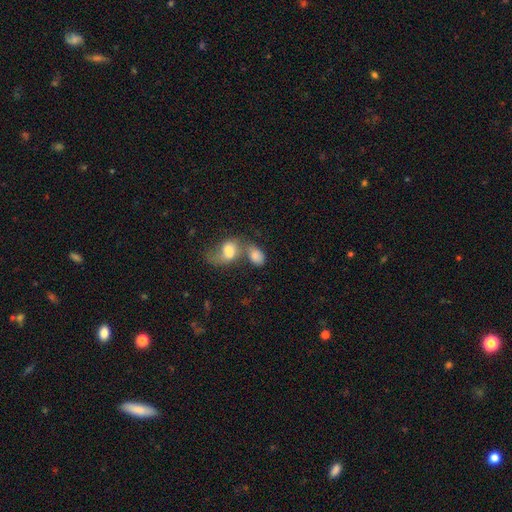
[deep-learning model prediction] This is likely a smooth galaxy (74%). How rounded: clearly in between (82%). Merging: likely merger (64%).